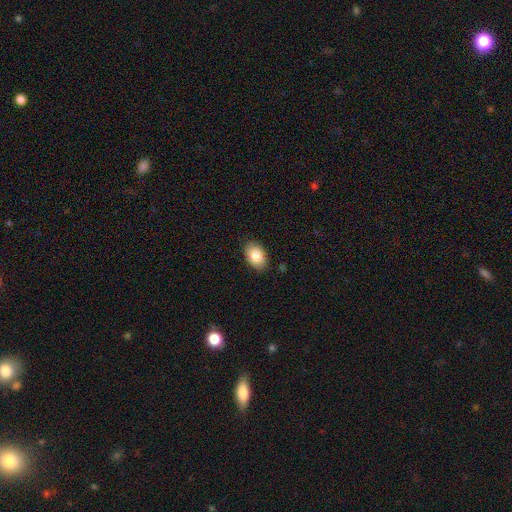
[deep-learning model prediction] The model was most divided on "smooth or featured": smooth: 82%, featured or disk: 11%, star or artifact: 7%. More confident: merging — none (86%); how rounded — in between (86%).